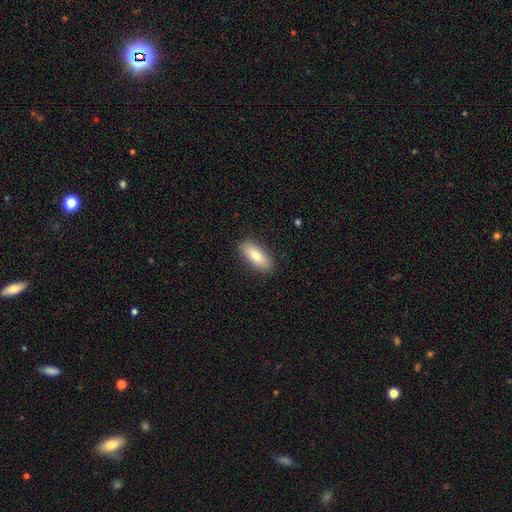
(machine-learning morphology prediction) smooth_or_featured: smooth (p=0.83) [alt: featured or disk p=0.11]
how_rounded: in between (p=0.80) [alt: cigar-shaped p=0.17]
merging: none (p=0.88) [alt: minor disturbance p=0.09]